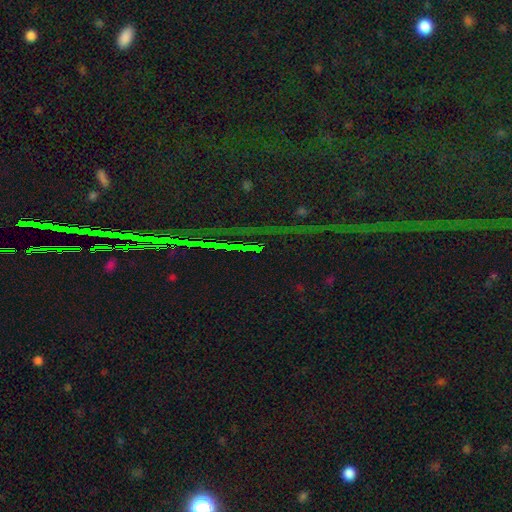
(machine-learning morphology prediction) A star or artifact, not a galaxy (77%).